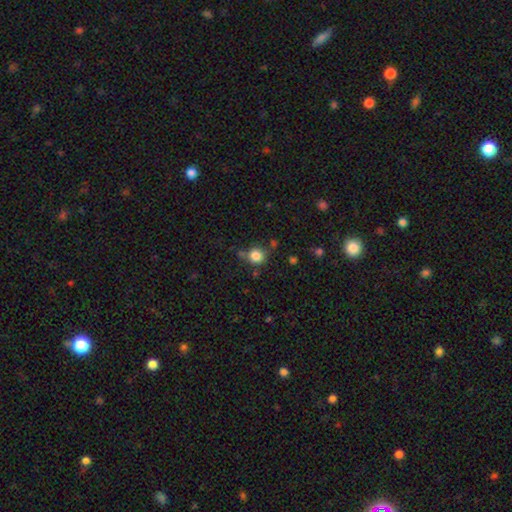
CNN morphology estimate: smooth-or-featured: smooth: 83% | star or artifact: 12% | featured or disk: 5%
  how-rounded: round: 89% | in between: 10% | cigar-shaped: 1%
  merging: none: 71% | minor disturbance: 15% | merger: 10% | major disturbance: 5%